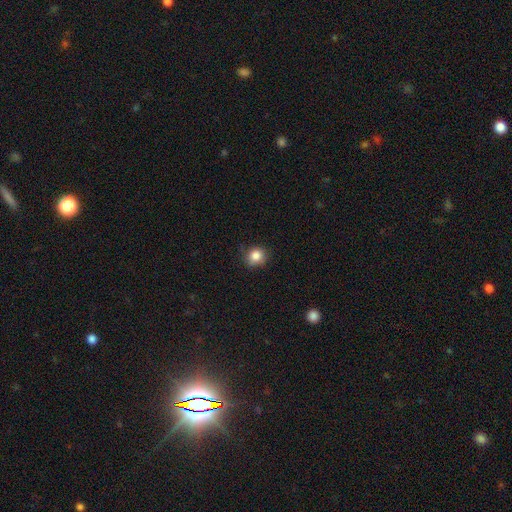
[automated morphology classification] smooth_or_featured: smooth (p=0.84) [alt: star or artifact p=0.11]
how_rounded: round (p=0.81) [alt: in between p=0.18]
merging: none (p=0.80) [alt: minor disturbance p=0.16]